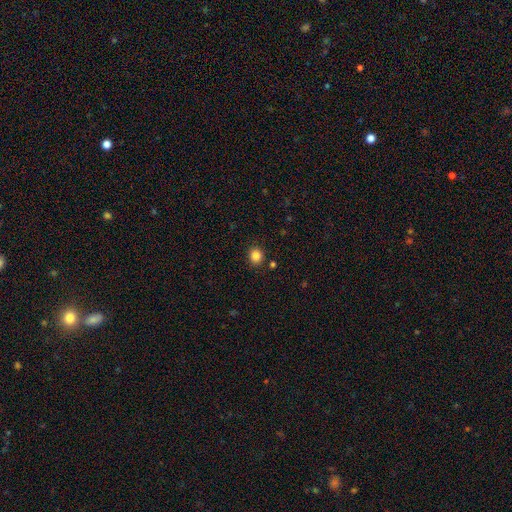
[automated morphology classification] Overall: smooth (85%). How rounded: round (82%). Merging: none (89%).